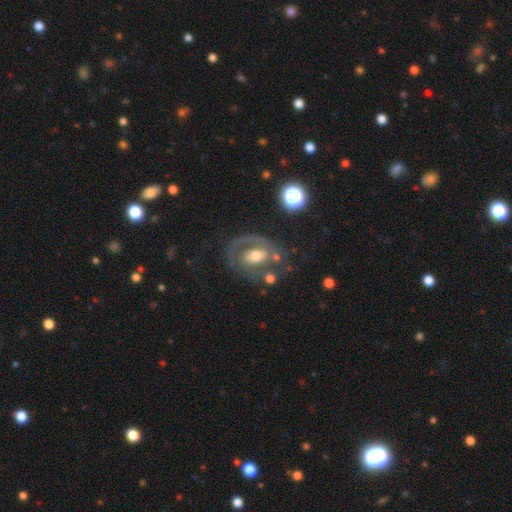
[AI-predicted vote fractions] A featured or disk galaxy (75%) with no bar (46%), 2 (39%) tight (47%) spiral arms (72%) and a moderate central bulge (65%). Merging: none (55%).